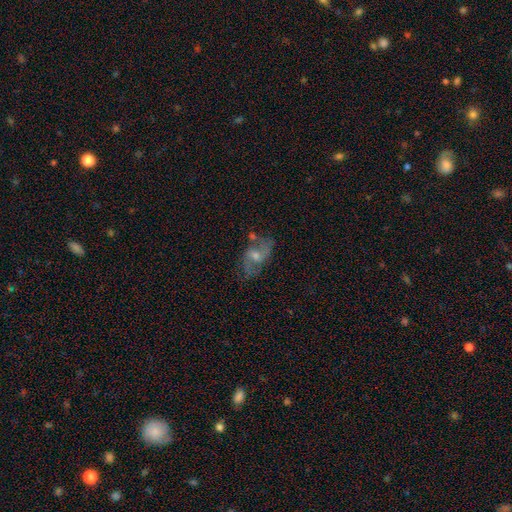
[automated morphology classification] Smooth or featured? Predicted: featured or disk (p=0.74). Edge-on disk? Predicted: no (p=0.95). Bar? Predicted: weak (p=0.47). Spiral arms? Predicted: yes (p=0.87). Spiral winding? Predicted: loose (p=0.48). Spiral arm count? Predicted: 2 (p=0.84). Bulge size? Predicted: moderate (p=0.50). Merging? Predicted: none (p=0.64).